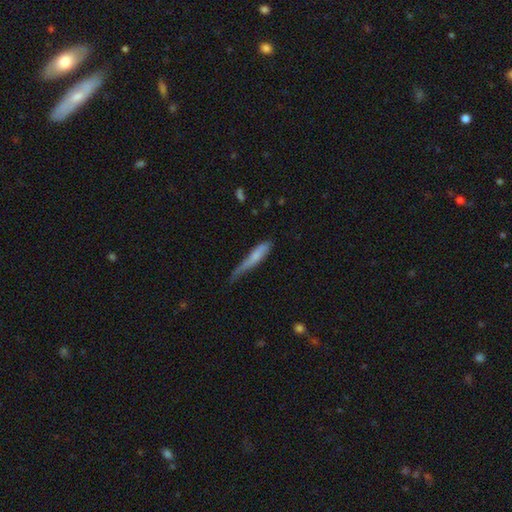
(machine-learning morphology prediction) Smooth or featured?
  - smooth: 66% *
  - featured or disk: 27%
  - star or artifact: 7%
How rounded?
  - cigar-shaped: 86% *
  - in between: 12%
  - round: 2%
Merging?
  - minor disturbance: 40% *
  - none: 33%
  - major disturbance: 23%
  - merger: 4%